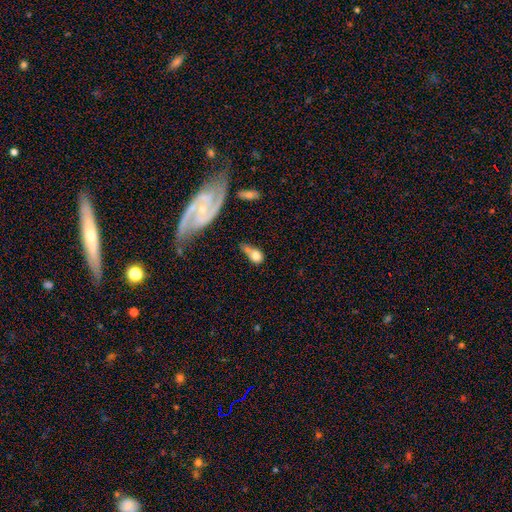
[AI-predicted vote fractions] Smooth or featured: smooth — 67% (featured or disk — 24%)
How rounded: in between — 62% (round — 32%)
Merging: none — 26% (tied with minor disturbance — 26%)